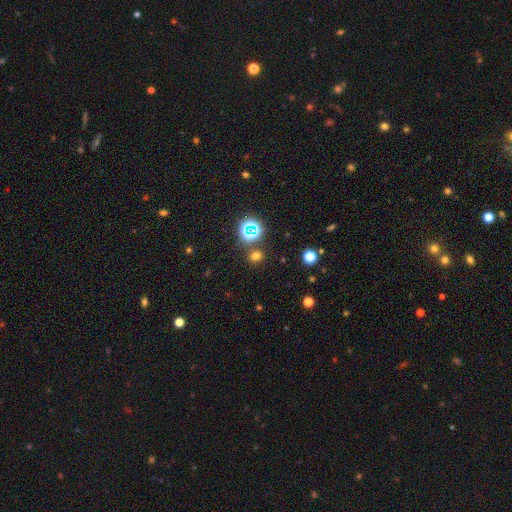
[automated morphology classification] Smooth or featured?
  - smooth: 63% *
  - star or artifact: 31%
  - featured or disk: 6%
How rounded?
  - round: 78% *
  - in between: 21%
  - cigar-shaped: 1%
Merging?
  - none: 82% *
  - minor disturbance: 8%
  - merger: 7%
  - major disturbance: 3%